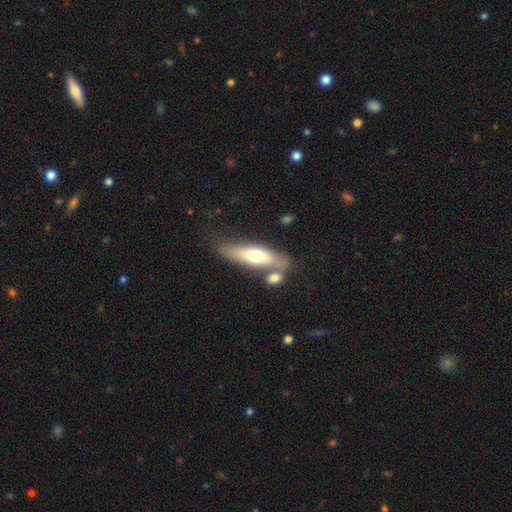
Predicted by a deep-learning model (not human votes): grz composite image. It shows a smooth galaxy with no disk features (55%) that is cigar-shaped (50%). Merging: none (45%).